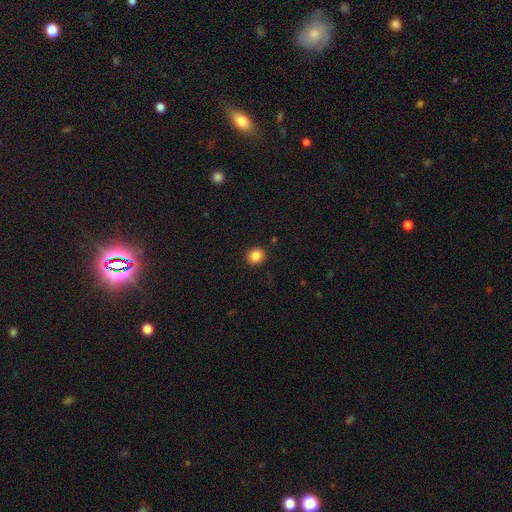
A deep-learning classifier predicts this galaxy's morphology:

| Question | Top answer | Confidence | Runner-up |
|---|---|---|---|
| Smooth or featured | smooth | 85% | star or artifact (11%) |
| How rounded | round | 87% | in between (13%) |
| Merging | none | 90% | minor disturbance (6%) |